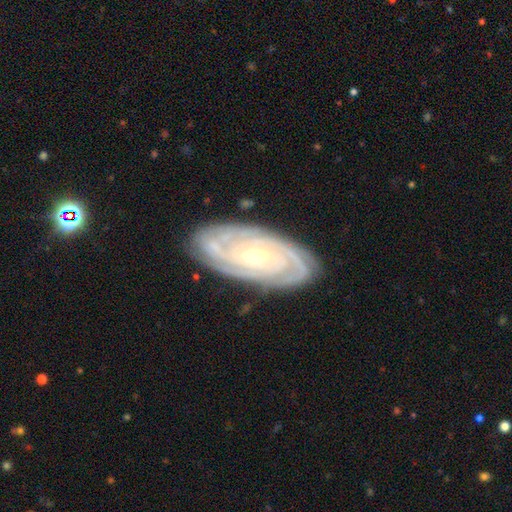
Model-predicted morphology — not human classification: A featured or disk galaxy (87%) with no bar (57%), 4 (26%) tight (81%) spiral arms (98%) and a small central bulge (72%). Merging: none (83%).